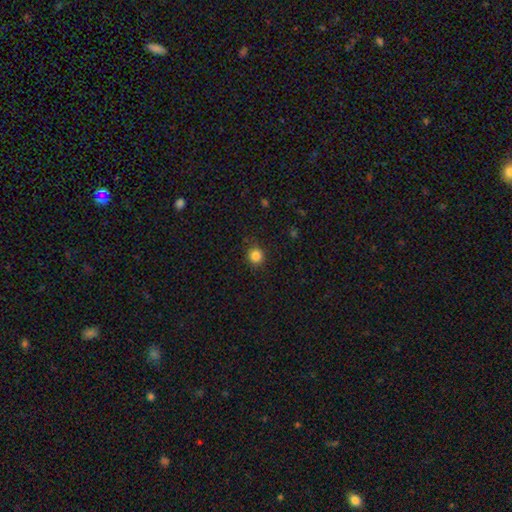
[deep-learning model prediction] This is clearly a smooth galaxy (85%). How rounded: clearly round (91%). Merging: clearly none (89%).